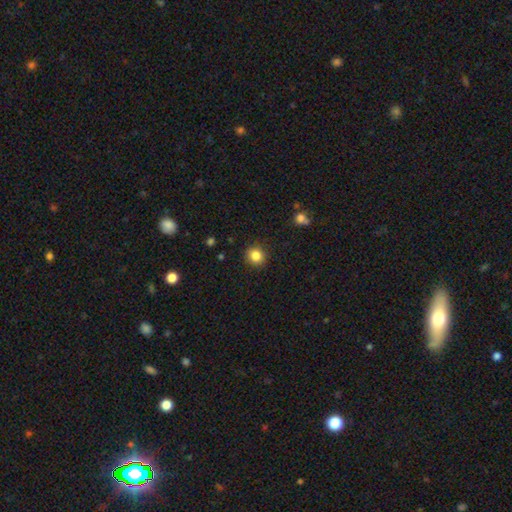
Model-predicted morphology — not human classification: A smooth galaxy with no disk features (84%) that is round (88%).

Vote fractions:
- Smooth or featured? smooth: 84% / star or artifact: 11% / featured or disk: 5%
- How rounded? round: 88% / in between: 11% / cigar-shaped: 1%
- Merging? none: 91% / minor disturbance: 6% / major disturbance: 2% / merger: 1%